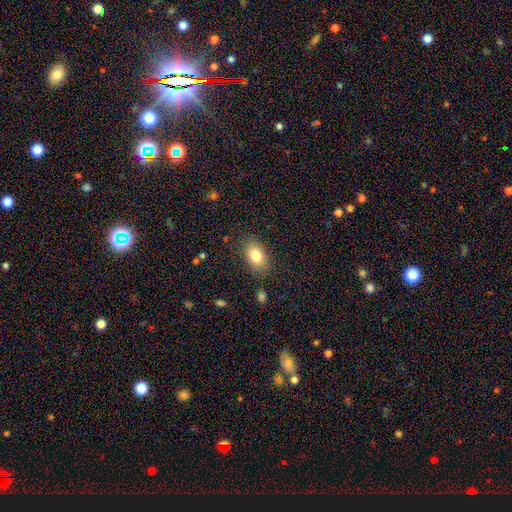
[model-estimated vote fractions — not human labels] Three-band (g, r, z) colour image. It shows a smooth galaxy with no disk features (81%) that is in between round and cigar-shaped (87%). Merging: none (84%).